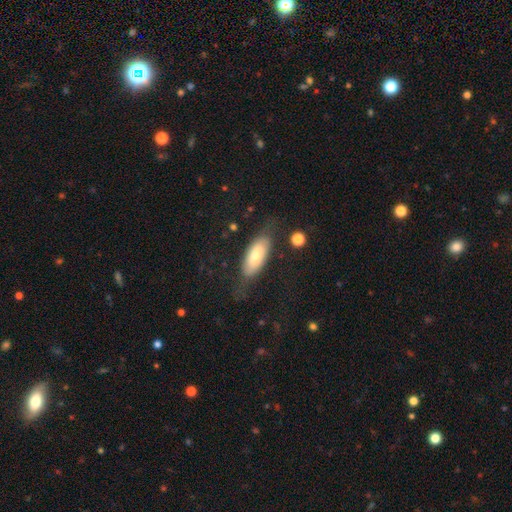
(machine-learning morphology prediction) Smooth or featured?
  - smooth: 62% *
  - featured or disk: 30%
  - star or artifact: 8%
How rounded?
  - in between: 76% *
  - cigar-shaped: 21%
  - round: 3%
Merging?
  - none: 68% *
  - minor disturbance: 19%
  - major disturbance: 11%
  - merger: 2%